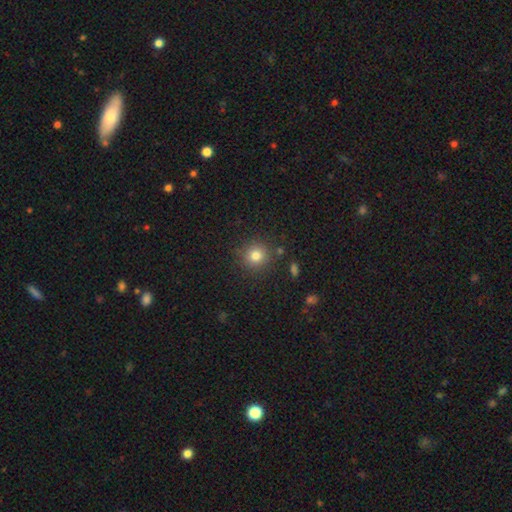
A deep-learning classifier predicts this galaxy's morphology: Smooth or featured: smooth — 80% (star or artifact — 13%)
How rounded: round — 92% (in between — 7%)
Merging: none — 86% (minor disturbance — 8%)